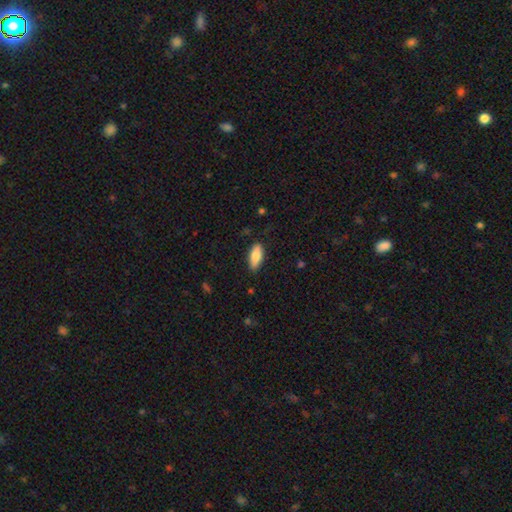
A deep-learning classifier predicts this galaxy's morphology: This is clearly a smooth galaxy (82%). How rounded: likely in between (78%). Merging: clearly none (85%).